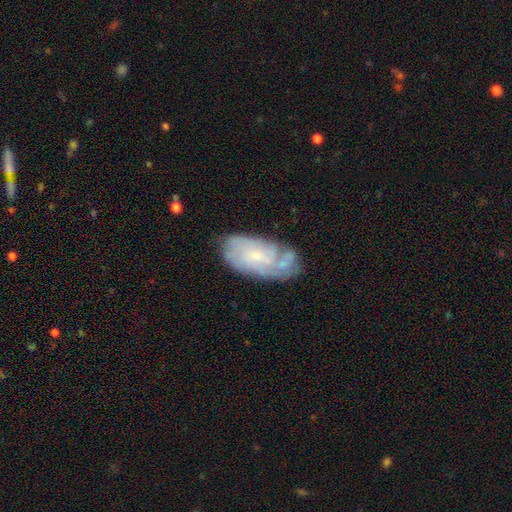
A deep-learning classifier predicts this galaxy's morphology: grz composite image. It shows a featured or disk galaxy (67%) with no bar (68%), tight (58%) spiral arms (85%) and a small central bulge (71%). Merging: none (62%).